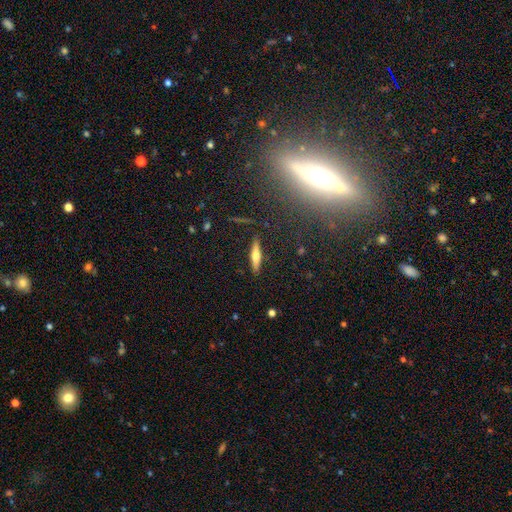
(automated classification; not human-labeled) Q: Smooth or featured?
A: smooth (51%); runner-up: featured or disk (42%)
Q: How rounded?
A: cigar-shaped (79%); runner-up: in between (19%)
Q: Merging?
A: none (88%); runner-up: minor disturbance (8%)